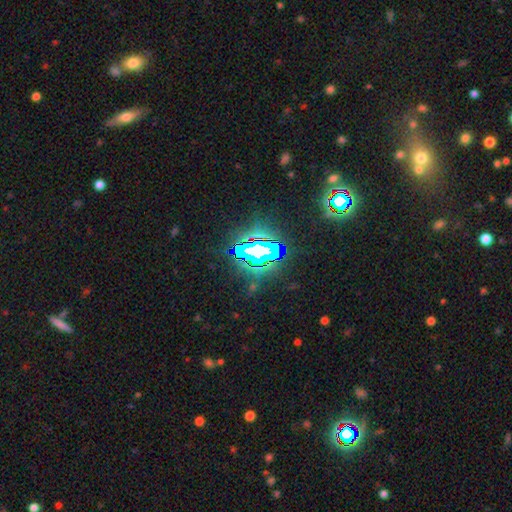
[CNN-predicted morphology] type=star or artifact (81%).